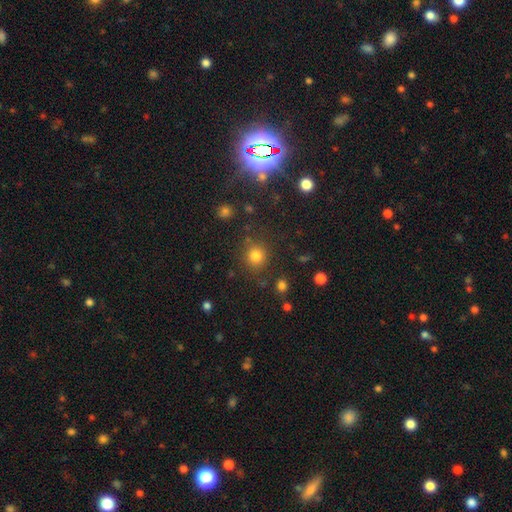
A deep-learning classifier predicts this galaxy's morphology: A smooth galaxy with no disk features (80%) that is round (92%).

Vote fractions:
- Smooth or featured? smooth: 80% / star or artifact: 15% / featured or disk: 5%
- How rounded? round: 92% / in between: 7% / cigar-shaped: 1%
- Merging? none: 84% / minor disturbance: 8% / merger: 4% / major disturbance: 4%